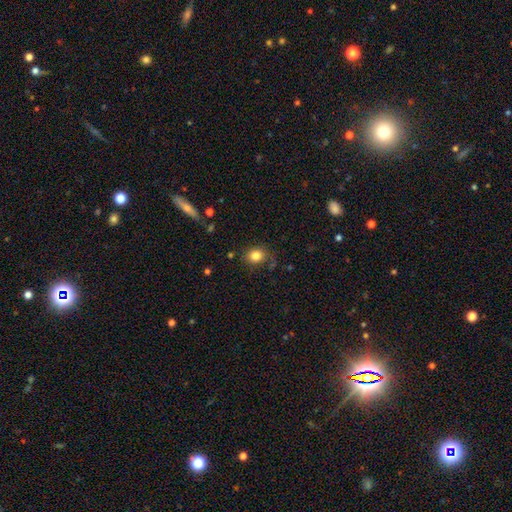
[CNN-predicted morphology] Smooth or featured: smooth — 82% (star or artifact — 11%)
How rounded: round — 67% (in between — 32%)
Merging: none — 79% (minor disturbance — 14%)